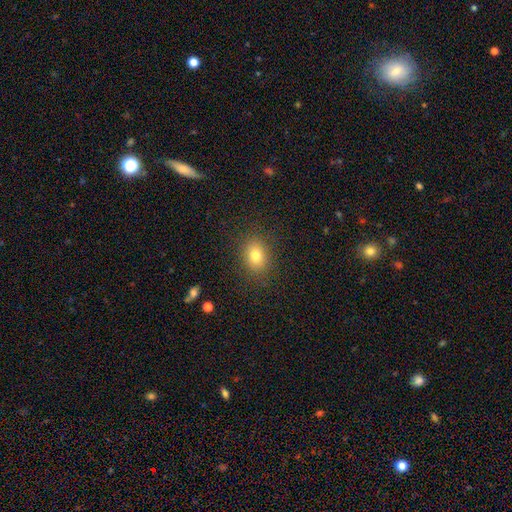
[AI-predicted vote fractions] Smooth or featured? Predicted: smooth (p=0.79). How rounded? Predicted: in between (p=0.59). Merging? Predicted: none (p=0.87).